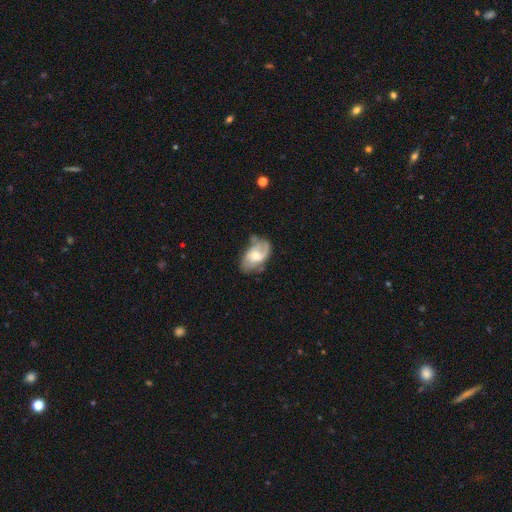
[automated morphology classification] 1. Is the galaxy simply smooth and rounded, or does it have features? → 65% featured or disk, 28% smooth, 7% star or artifact.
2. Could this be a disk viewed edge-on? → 96% no, 4% yes.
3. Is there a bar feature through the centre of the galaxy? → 65% no, 29% weak, 6% strong.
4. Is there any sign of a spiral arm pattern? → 80% yes, 20% no.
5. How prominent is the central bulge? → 56% moderate, 38% small, 3% large, 1% none, 1% dominant.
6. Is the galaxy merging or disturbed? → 47% none, 31% minor disturbance, 17% major disturbance, 5% merger.